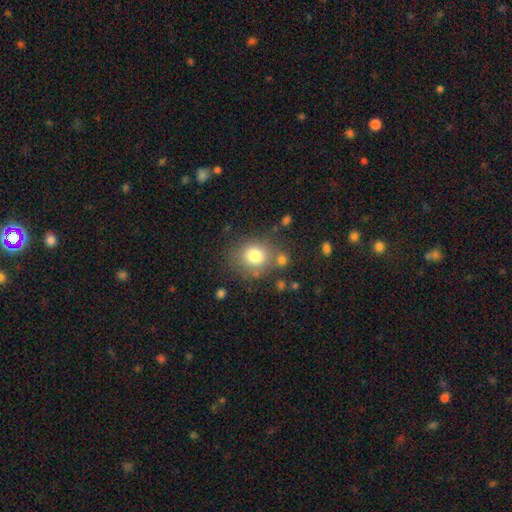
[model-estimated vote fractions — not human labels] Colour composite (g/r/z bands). It shows a smooth galaxy with no disk features (79%) that is round (70%). Merging: none (69%).